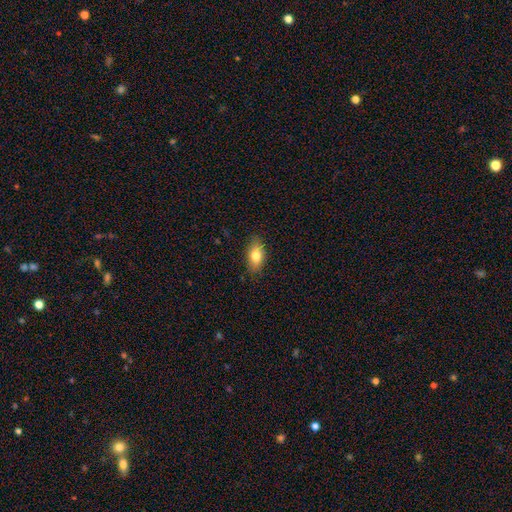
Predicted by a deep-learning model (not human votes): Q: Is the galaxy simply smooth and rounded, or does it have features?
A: smooth — 79%.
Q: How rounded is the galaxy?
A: in between — 86%.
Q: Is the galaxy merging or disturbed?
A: none — 84%.